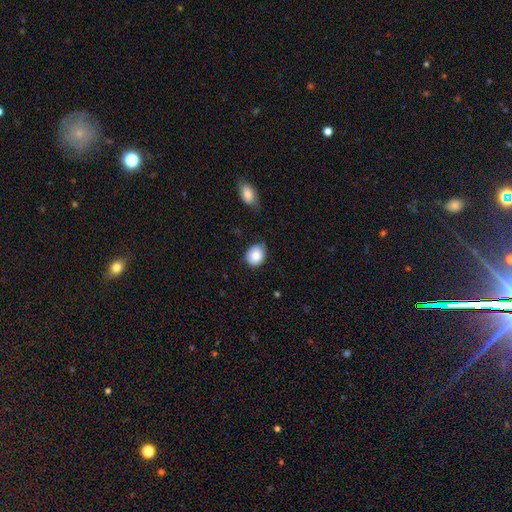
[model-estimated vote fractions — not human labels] This appears to be a smooth galaxy with no disk features (85%) that is round (60%). Merging: none (65%).